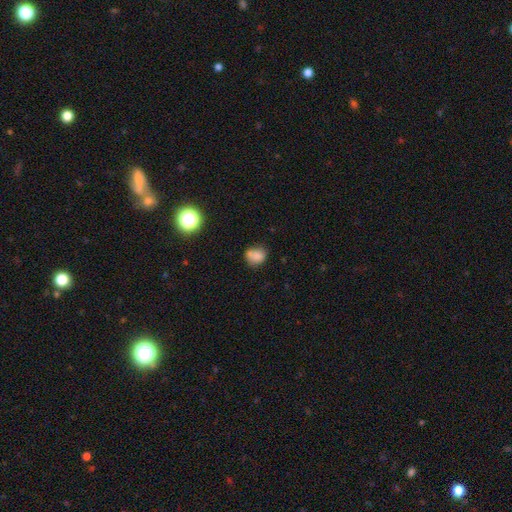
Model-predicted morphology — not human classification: Smooth or featured?
  - smooth: 79% *
  - star or artifact: 12%
  - featured or disk: 9%
How rounded?
  - round: 58% *
  - in between: 40%
  - cigar-shaped: 1%
Merging?
  - none: 56% *
  - minor disturbance: 24%
  - merger: 14%
  - major disturbance: 7%